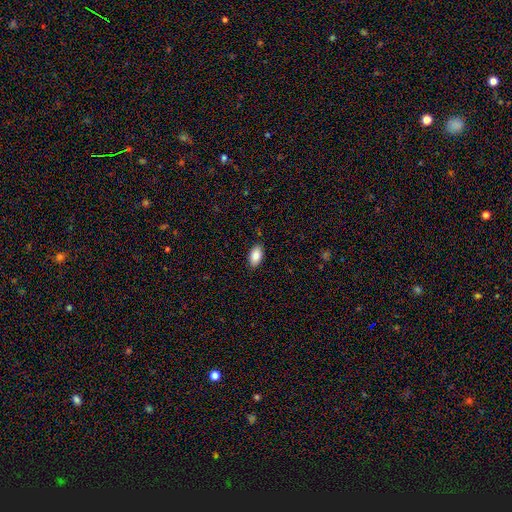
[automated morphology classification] Q: Smooth or featured?
A: smooth (86%); runner-up: featured or disk (7%)
Q: How rounded?
A: in between (94%); runner-up: round (4%)
Q: Merging?
A: none (88%); runner-up: minor disturbance (9%)